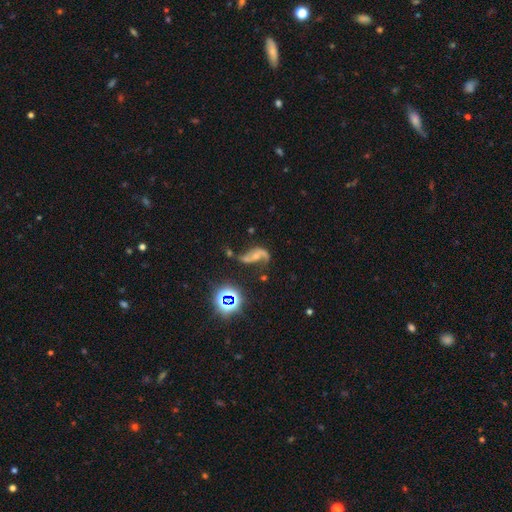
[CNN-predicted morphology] This appears to be a featured or disk galaxy (77%) with no bar (55%), 2 (86%) loose (77%) spiral arms (92%) and a small central bulge (46%). Merging: none (50%).